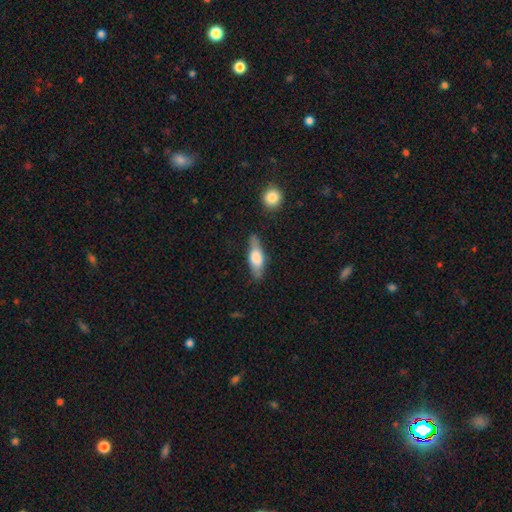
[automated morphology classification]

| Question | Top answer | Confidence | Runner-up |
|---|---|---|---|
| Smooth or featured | smooth | 55% | featured or disk (39%) |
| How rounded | in between | 56% | cigar-shaped (41%) |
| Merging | none | 72% | minor disturbance (19%) |